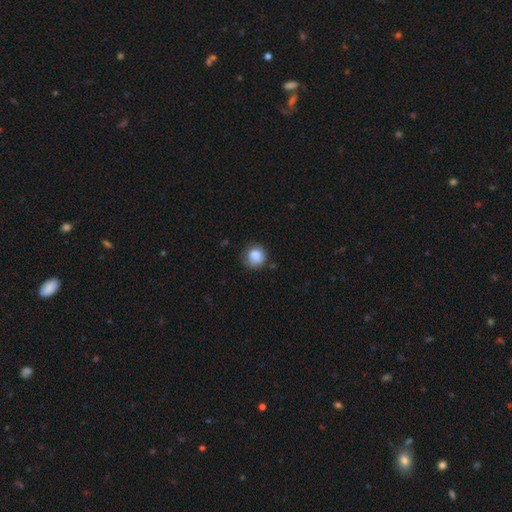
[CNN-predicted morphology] Q: Smooth or featured?
A: smooth (84%); runner-up: star or artifact (9%)
Q: How rounded?
A: round (84%); runner-up: in between (16%)
Q: Merging?
A: none (69%); runner-up: minor disturbance (22%)